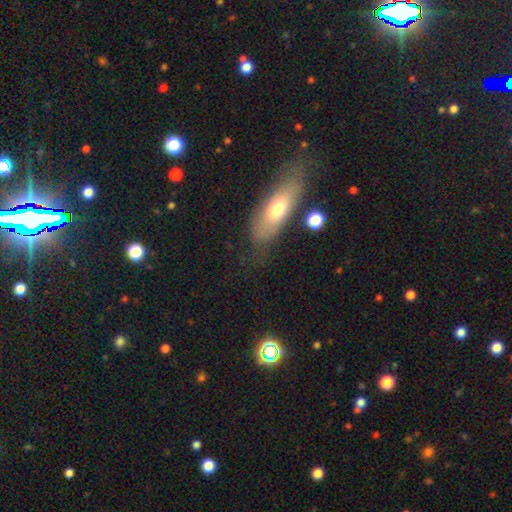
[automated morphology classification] smooth_or_featured: smooth (p=0.50) [alt: featured or disk p=0.38]
merging: none (p=0.71) [alt: minor disturbance p=0.19]